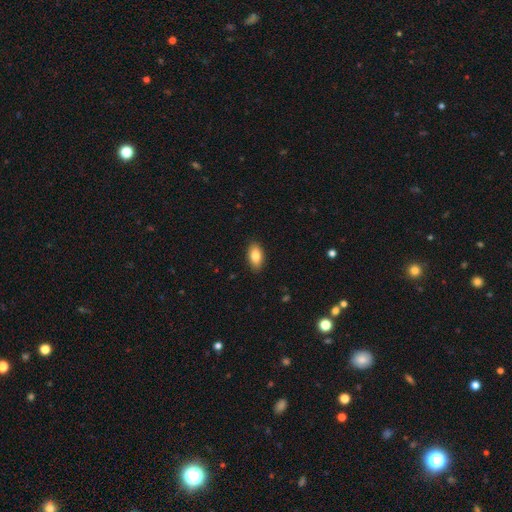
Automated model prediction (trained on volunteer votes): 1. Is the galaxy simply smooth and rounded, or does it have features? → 83% smooth, 9% featured or disk, 7% star or artifact.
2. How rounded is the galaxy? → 92% in between, 5% round, 3% cigar-shaped.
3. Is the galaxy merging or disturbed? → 88% none, 9% minor disturbance, 2% major disturbance, 1% merger.